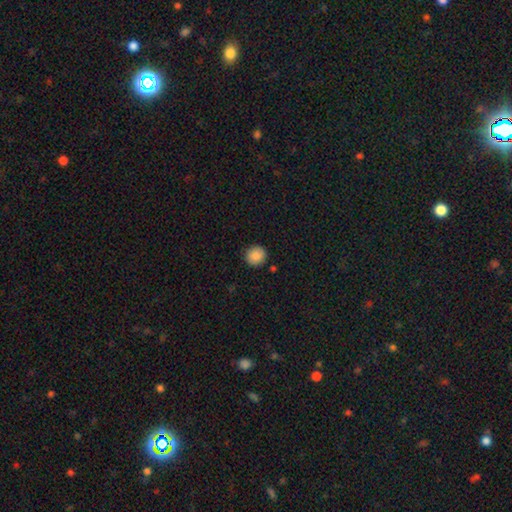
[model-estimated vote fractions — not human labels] Smooth or featured: smooth — 88% (star or artifact — 9%)
How rounded: round — 91% (in between — 8%)
Merging: none — 90% (minor disturbance — 6%)